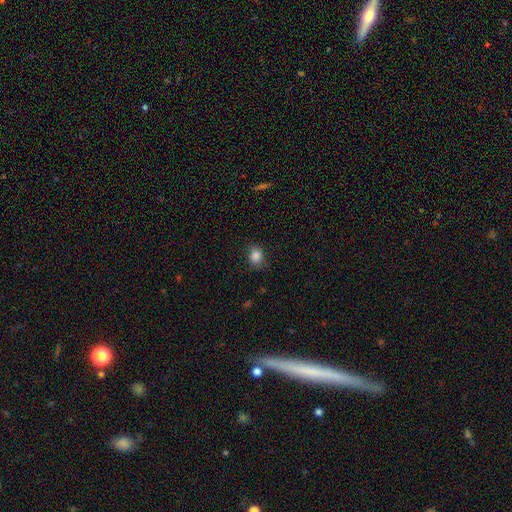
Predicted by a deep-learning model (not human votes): Smooth or featured: smooth — 84% (star or artifact — 11%)
How rounded: round — 55% (in between — 44%)
Merging: none — 78% (minor disturbance — 17%)